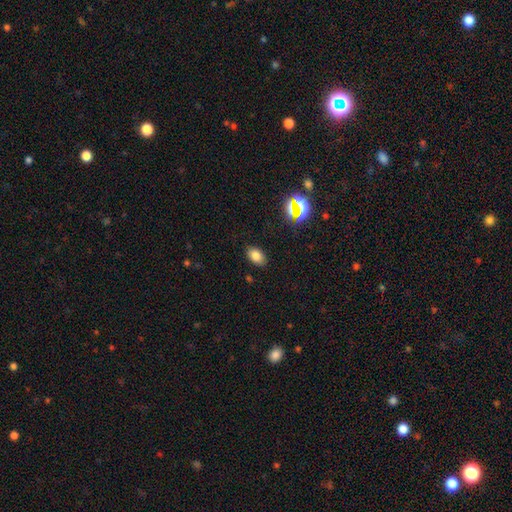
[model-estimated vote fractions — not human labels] smooth 76%, star or artifact 15%, featured or disk 9%. Down the decision tree: how rounded — in between (88%); merging — none (87%).